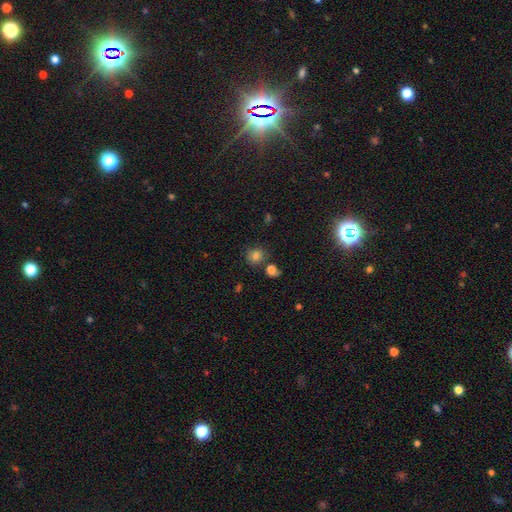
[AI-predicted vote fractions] Smooth or featured? Predicted: smooth (p=0.80). How rounded? Predicted: round (p=0.84). Merging? Predicted: none (p=0.76).